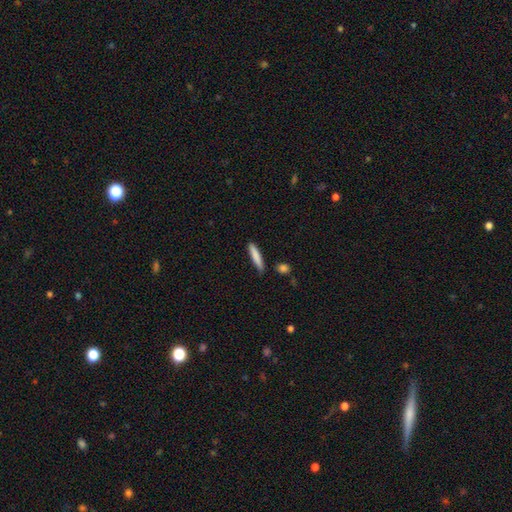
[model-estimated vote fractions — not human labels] Smooth or featured: smooth — 82% (featured or disk — 12%)
How rounded: cigar-shaped — 89% (in between — 10%)
Merging: none — 81% (minor disturbance — 13%)